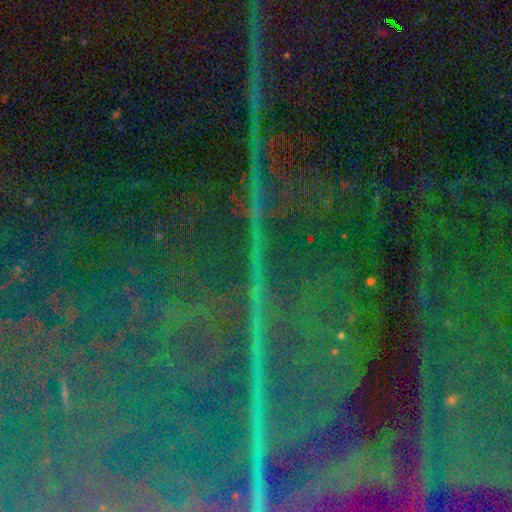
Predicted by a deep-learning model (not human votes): Smooth or featured: star or artifact — 84% (featured or disk — 10%)